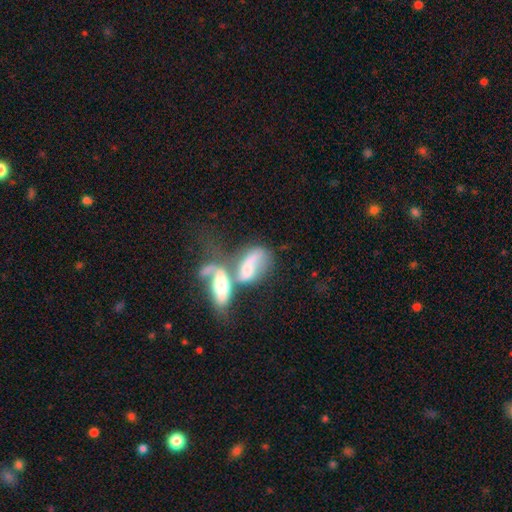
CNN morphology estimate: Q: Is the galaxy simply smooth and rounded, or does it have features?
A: smooth — 46%.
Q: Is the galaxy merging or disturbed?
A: merger — 72%.